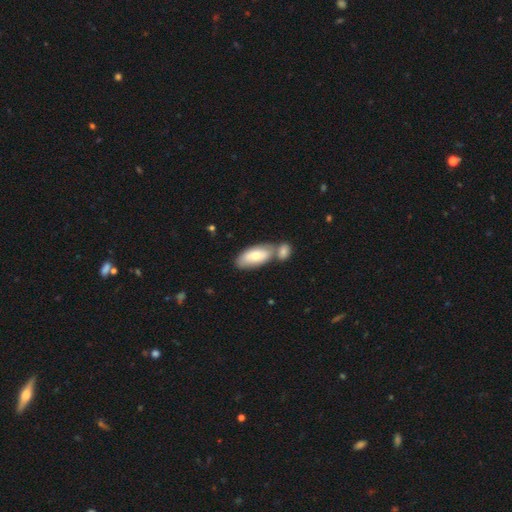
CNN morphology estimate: Overall: smooth (69%). How rounded: in between (89%). Merging: merger (43%; none 42%).